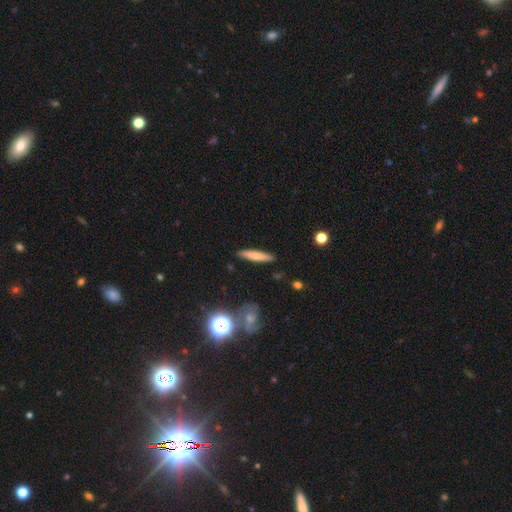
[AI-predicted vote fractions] A smooth galaxy with no disk features (72%) that is cigar-shaped (91%). Merging: none (89%).